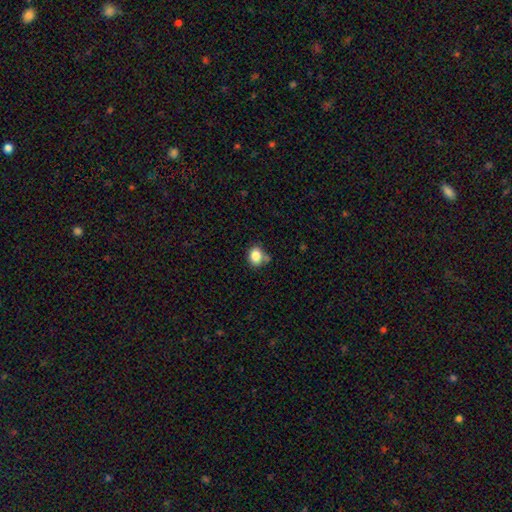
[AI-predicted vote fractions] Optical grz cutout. It shows a smooth galaxy with no disk features (84%) that is round (52%). Merging: none (62%).